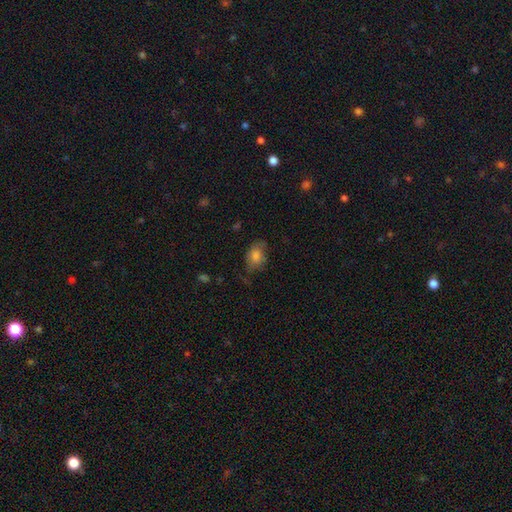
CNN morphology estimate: This appears to be a smooth galaxy with no disk features (75%) that is in between round and cigar-shaped (77%). Merging: none (59%).